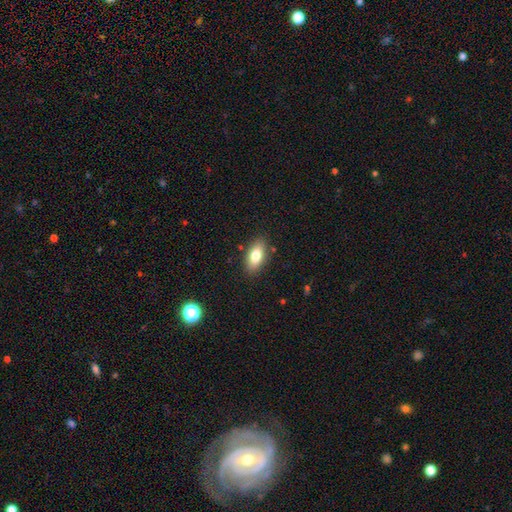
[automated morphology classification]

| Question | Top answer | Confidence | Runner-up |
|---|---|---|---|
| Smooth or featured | smooth | 79% | featured or disk (14%) |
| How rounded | in between | 89% | cigar-shaped (7%) |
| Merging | none | 86% | minor disturbance (10%) |